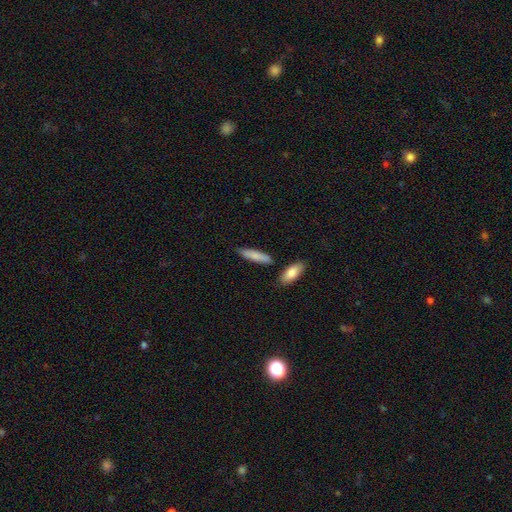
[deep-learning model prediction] Smooth or featured? Predicted: smooth (p=0.82). How rounded? Predicted: cigar-shaped (p=0.75). Merging? Predicted: none (p=0.80).